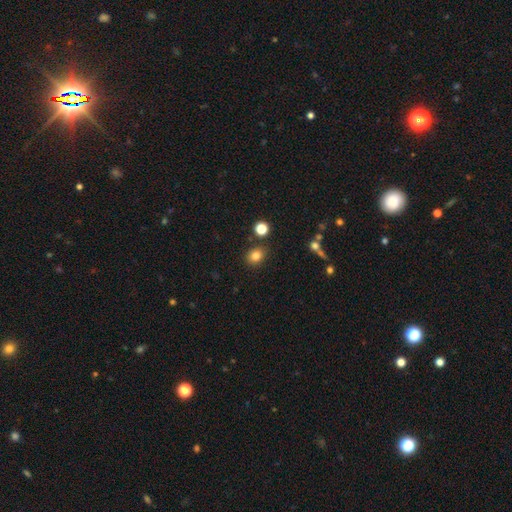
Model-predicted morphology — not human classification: This appears to be a smooth galaxy with no disk features (80%) that is round (62%). Merging: none (83%).